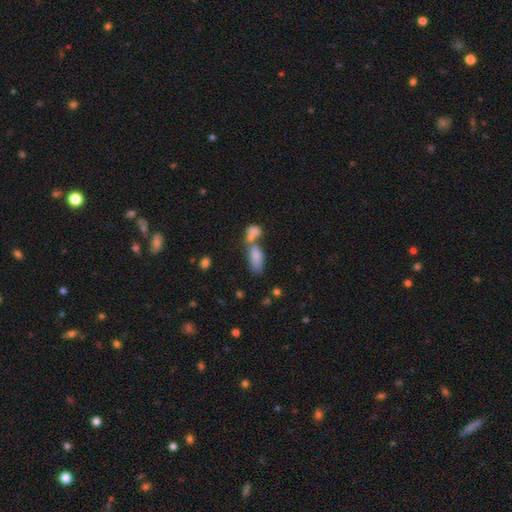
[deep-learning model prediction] smooth 80%, featured or disk 12%, star or artifact 8%. Down the decision tree: how rounded — in between (84%); merging — merger (53%).